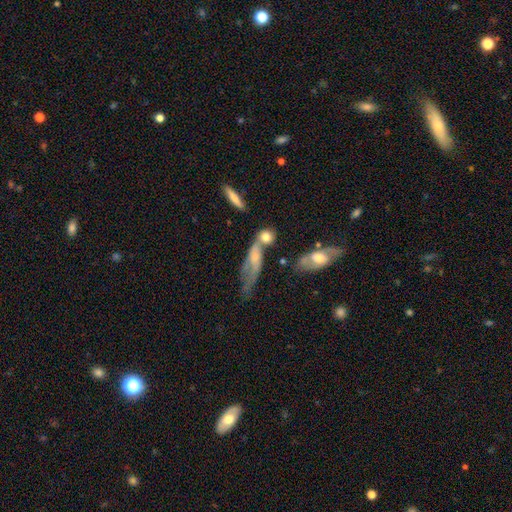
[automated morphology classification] Smooth or featured? featured or disk (50%)
Edge-on disk? no (61%)
Merging? none (43%)